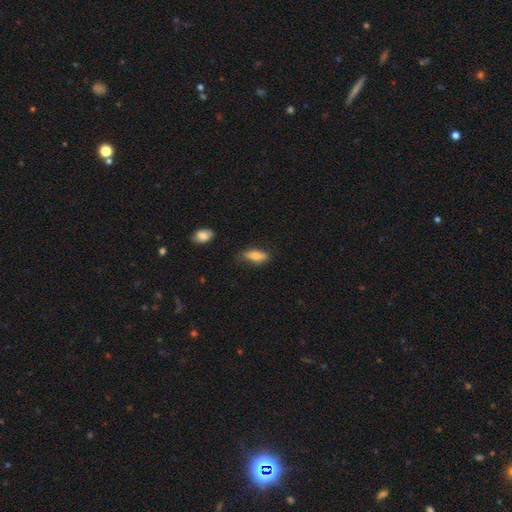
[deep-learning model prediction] Morphology: type=smooth (77%); roundness=in between (71%); merging=none (70%).